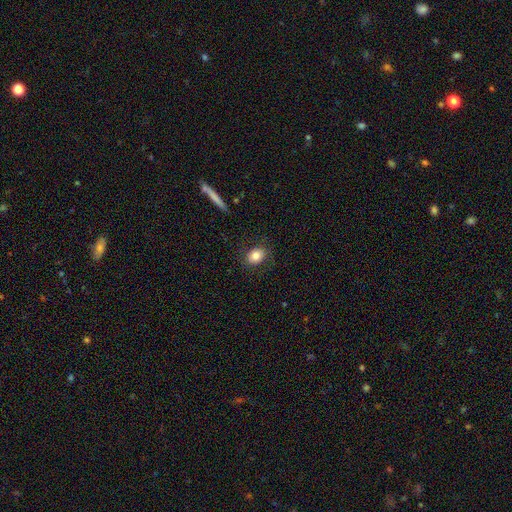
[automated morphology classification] This appears to be a smooth galaxy with no disk features (80%) that is in between round and cigar-shaped (63%). Merging: none (83%).